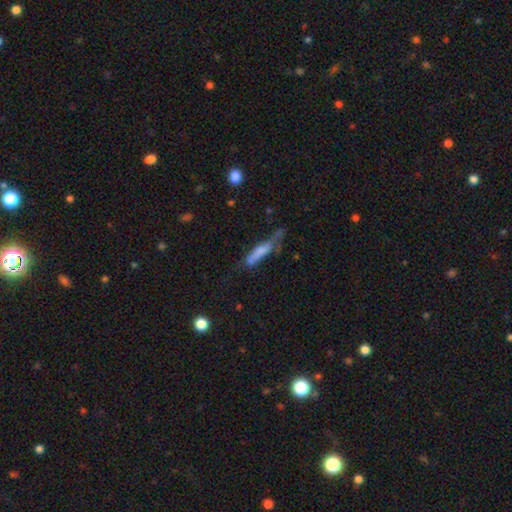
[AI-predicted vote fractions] Smooth or featured? Predicted: smooth (p=0.49). Merging? Predicted: none (p=0.48).